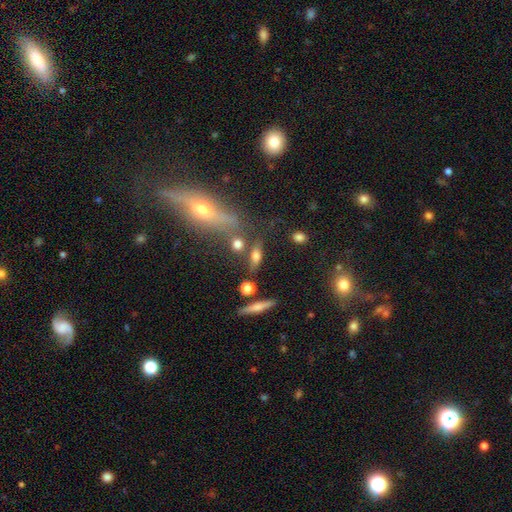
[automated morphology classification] smooth 57%, featured or disk 30%, star or artifact 13%. Down the decision tree: how rounded — in between (50%); merging — none (63%).